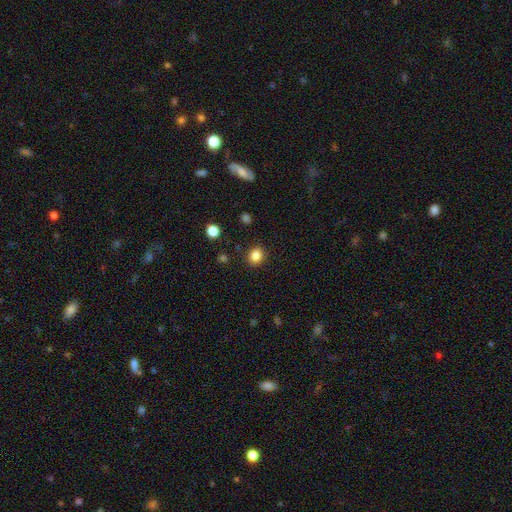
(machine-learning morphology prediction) This appears to be a smooth galaxy with no disk features (84%) that is round (59%). Merging: none (88%).